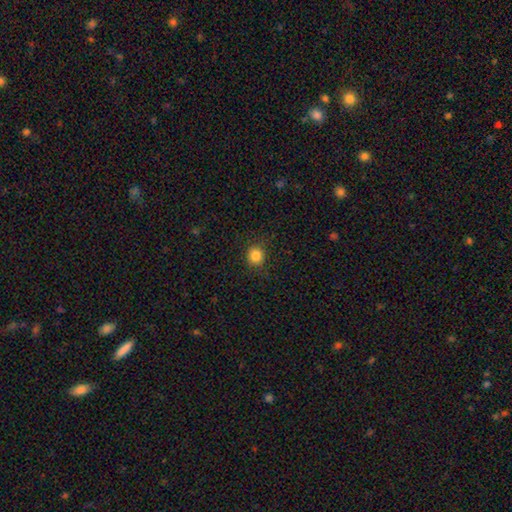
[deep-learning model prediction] Smooth or featured? smooth (84%)
How rounded? round (87%)
Merging? none (88%)